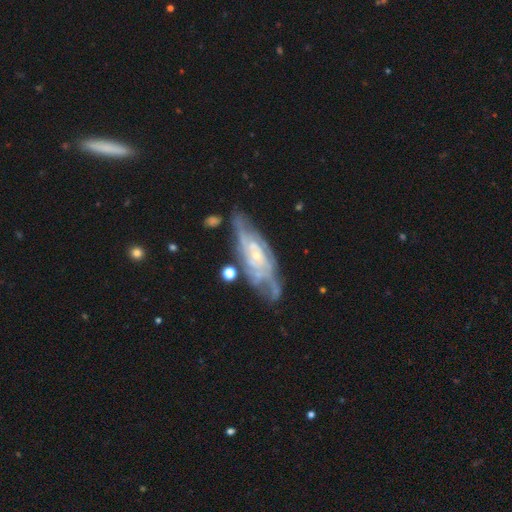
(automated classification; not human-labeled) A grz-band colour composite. It shows a featured or disk galaxy (83%) with no bar (67%), tight (54%) spiral arms (89%) and a small central bulge (75%). Merging: none (59%).